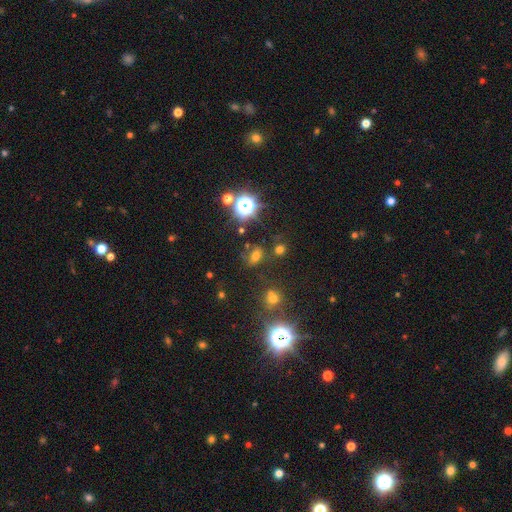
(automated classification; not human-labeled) The model was most divided on "smooth or featured": smooth: 54%, star or artifact: 34%, featured or disk: 12%. More confident: merging — none (71%); how rounded — in between (68%).